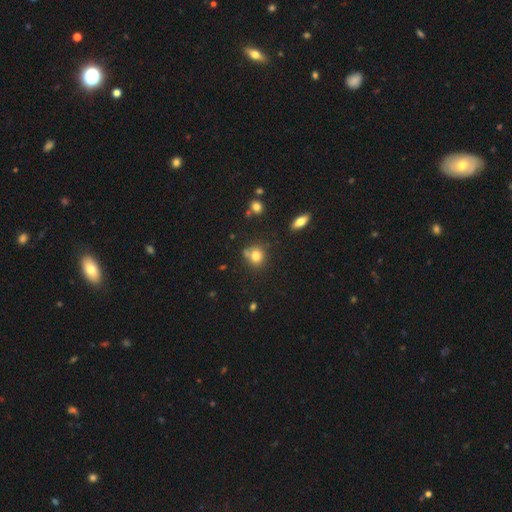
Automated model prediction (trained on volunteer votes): smooth-or-featured: smooth: 78% | star or artifact: 13% | featured or disk: 9%
  how-rounded: round: 79% | in between: 20% | cigar-shaped: 1%
  merging: none: 65% | minor disturbance: 16% | merger: 14% | major disturbance: 5%